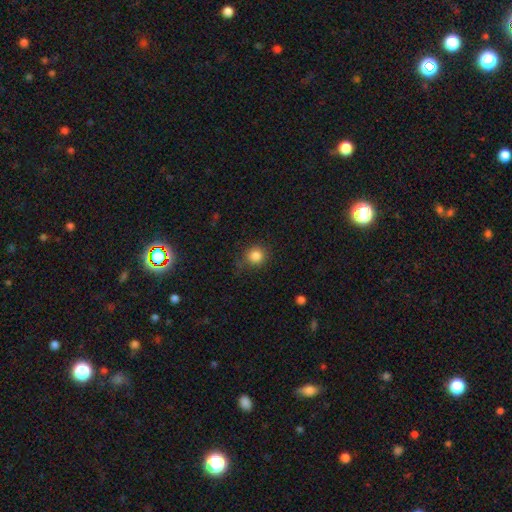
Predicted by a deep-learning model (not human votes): This appears to be a smooth galaxy with no disk features (85%) that is round (91%). Merging: none (81%).